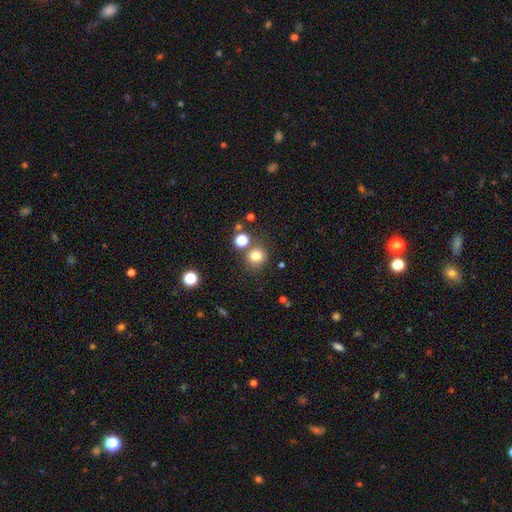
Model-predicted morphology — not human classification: smooth-or-featured: smooth: 78% | star or artifact: 15% | featured or disk: 6%
  how-rounded: round: 89% | in between: 10% | cigar-shaped: 1%
  merging: none: 77% | merger: 10% | minor disturbance: 10% | major disturbance: 4%